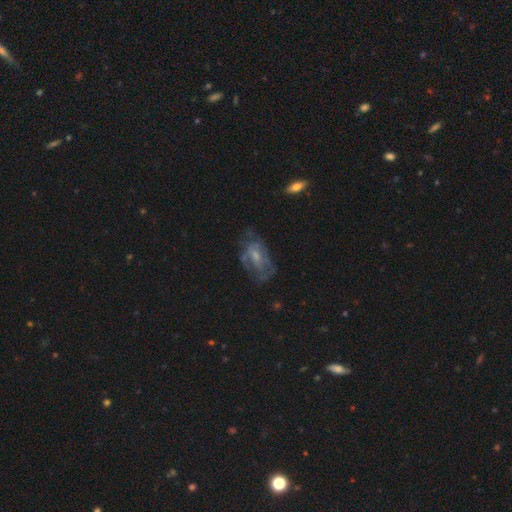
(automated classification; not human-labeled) Overall: featured or disk (63%; smooth 28%). Edge-on disk: no (95%). Bar: no (58%; weak 35%). Spiral arms: yes (54%; no 46%). Bulge size: small (52%; moderate 35%). Merging: none (50%; minor disturbance 26%).